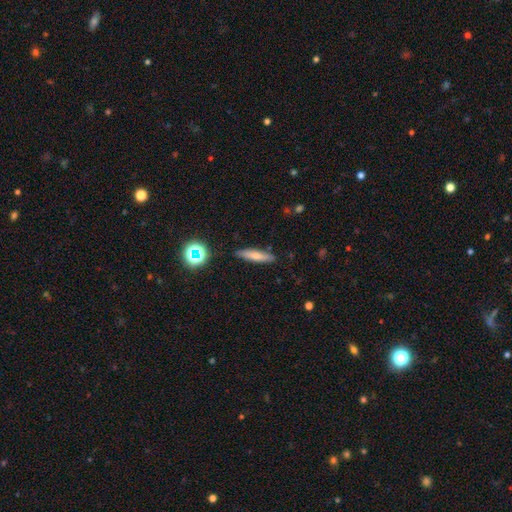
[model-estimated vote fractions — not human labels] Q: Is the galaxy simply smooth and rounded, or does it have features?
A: smooth — 65%.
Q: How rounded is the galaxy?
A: cigar-shaped — 79%.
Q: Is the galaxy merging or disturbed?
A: none — 85%.